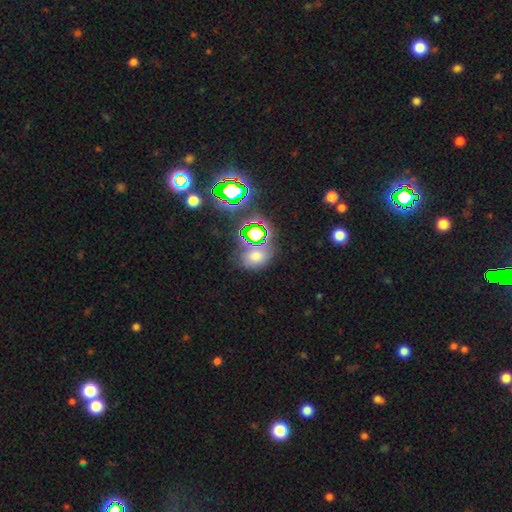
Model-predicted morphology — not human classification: type=smooth (53%); roundness=in between (57%); merging=none (65%).